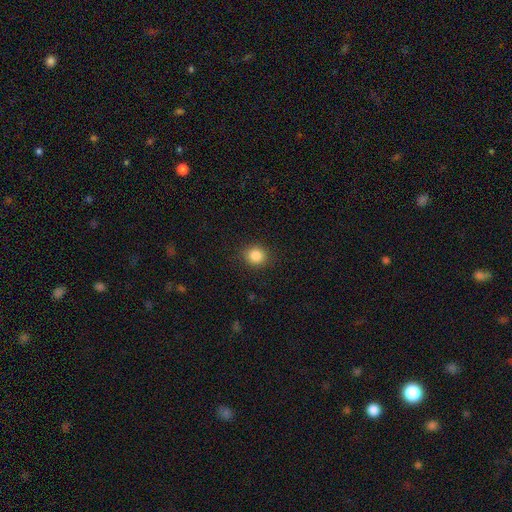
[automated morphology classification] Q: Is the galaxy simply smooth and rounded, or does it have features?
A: smooth — 86%.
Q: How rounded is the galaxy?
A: round — 81%.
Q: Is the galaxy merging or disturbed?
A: none — 89%.